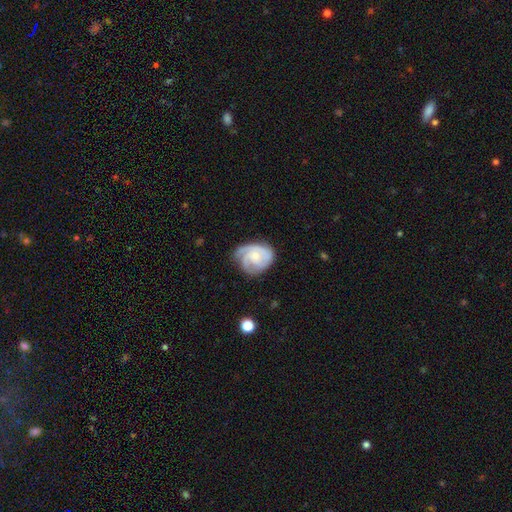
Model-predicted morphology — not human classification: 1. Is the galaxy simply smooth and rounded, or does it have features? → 76% featured or disk, 18% smooth, 6% star or artifact.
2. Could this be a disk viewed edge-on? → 98% no, 2% yes.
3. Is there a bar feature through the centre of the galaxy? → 74% no, 23% weak, 3% strong.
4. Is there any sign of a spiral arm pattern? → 95% yes, 5% no.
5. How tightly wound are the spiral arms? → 58% tight, 34% medium, 9% loose.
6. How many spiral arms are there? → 43% 3, 19% can't tell, 19% 2, 8% 4, 7% 1, 4% more than 4.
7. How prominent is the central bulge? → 51% small, 33% moderate, 11% none, 4% large, 1% dominant.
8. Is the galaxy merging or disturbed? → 60% none, 26% minor disturbance, 12% major disturbance, 2% merger.